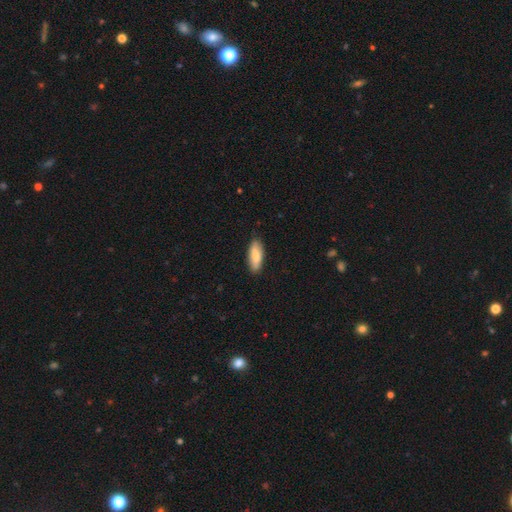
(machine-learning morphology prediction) smooth 80%, featured or disk 15%, star or artifact 6%. Down the decision tree: how rounded — in between (67%); merging — none (84%).